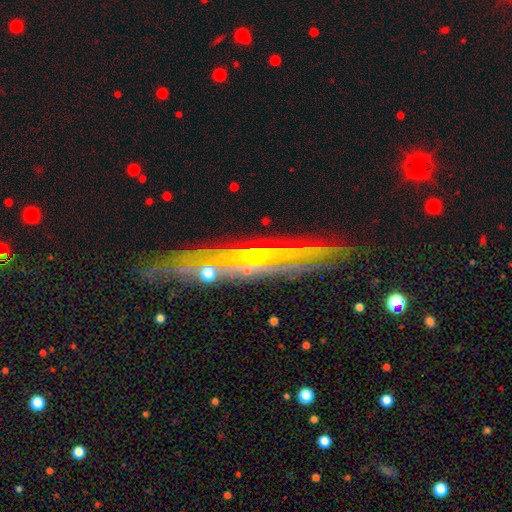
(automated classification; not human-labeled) A featured or disk galaxy (75%) viewed edge-on (75%) with a rounded central bulge (56%).

Vote fractions:
- Smooth or featured? featured or disk: 75% / smooth: 13% / star or artifact: 13%
- Edge-on disk? yes: 75% / no: 25%
- Edge-on bulge? rounded: 56% / none: 39% / boxy: 5%
- Merging? none: 80% / minor disturbance: 12% / major disturbance: 4% / merger: 4%